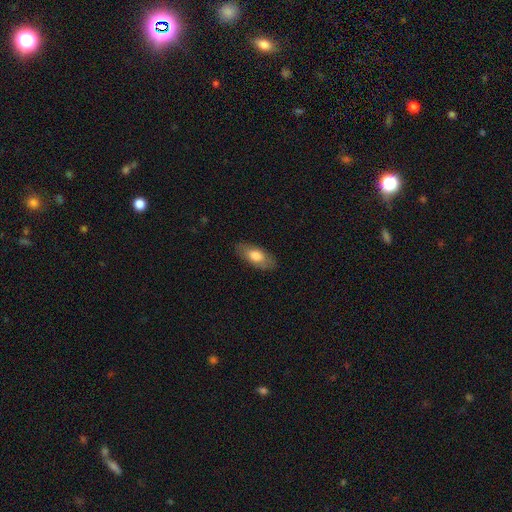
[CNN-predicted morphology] smooth 72%, featured or disk 22%, star or artifact 6%. Down the decision tree: how rounded — in between (86%); merging — none (84%).